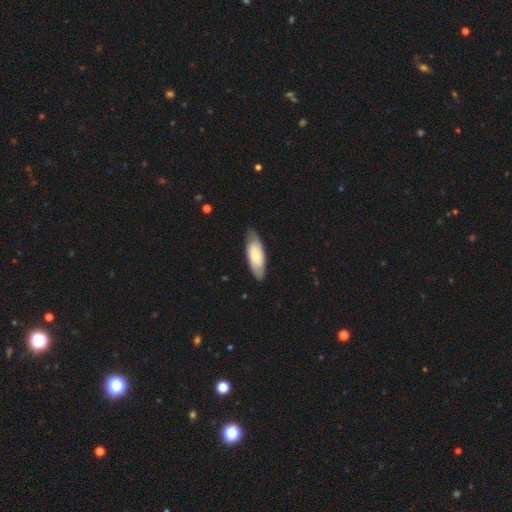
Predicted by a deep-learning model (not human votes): Smooth or featured? Predicted: smooth (p=0.60). How rounded? Predicted: in between (p=0.71). Merging? Predicted: none (p=0.80).